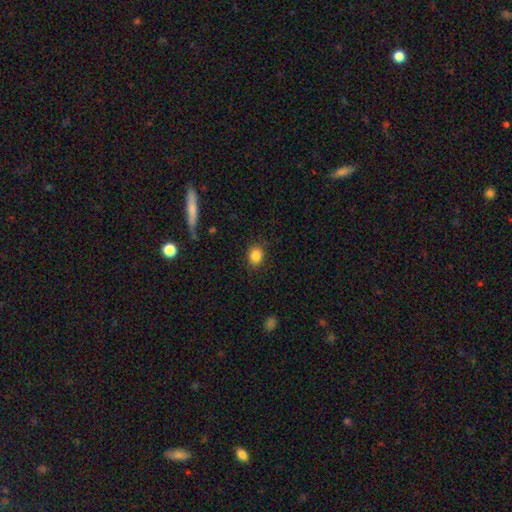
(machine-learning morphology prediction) This is clearly a smooth galaxy (85%). How rounded: likely round (62%). Merging: clearly none (86%).